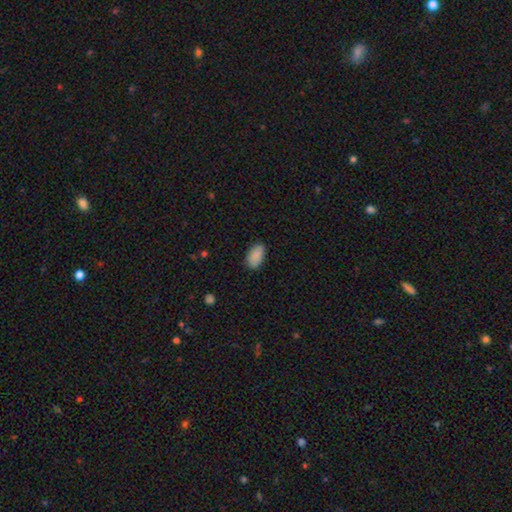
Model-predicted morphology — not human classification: Smooth or featured? Predicted: smooth (p=0.88). How rounded? Predicted: in between (p=0.94). Merging? Predicted: none (p=0.83).